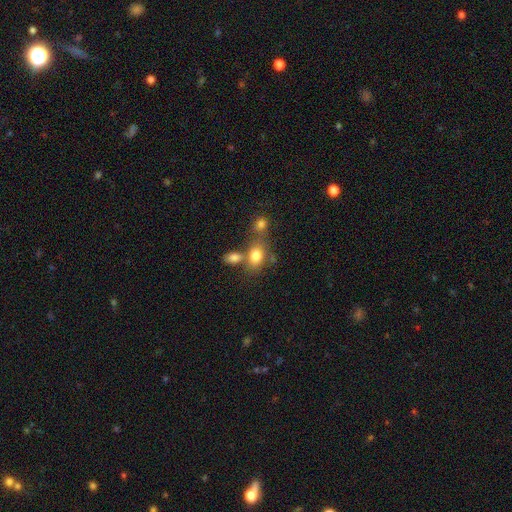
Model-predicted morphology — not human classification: Smooth or featured: smooth — 79% (featured or disk — 11%)
How rounded: in between — 75% (round — 23%)
Merging: none — 44% (merger — 37%)